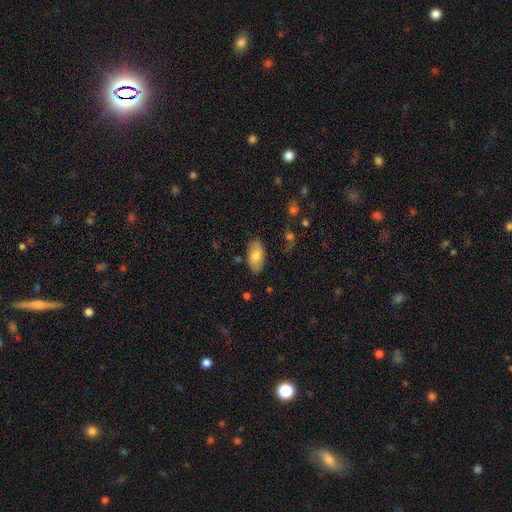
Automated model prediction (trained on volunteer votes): A smooth galaxy with no disk features (76%) that is in between round and cigar-shaped (92%).

Vote fractions:
- Smooth or featured? smooth: 76% / featured or disk: 17% / star or artifact: 7%
- How rounded? in between: 92% / cigar-shaped: 5% / round: 3%
- Merging? none: 82% / minor disturbance: 13% / major disturbance: 3% / merger: 2%